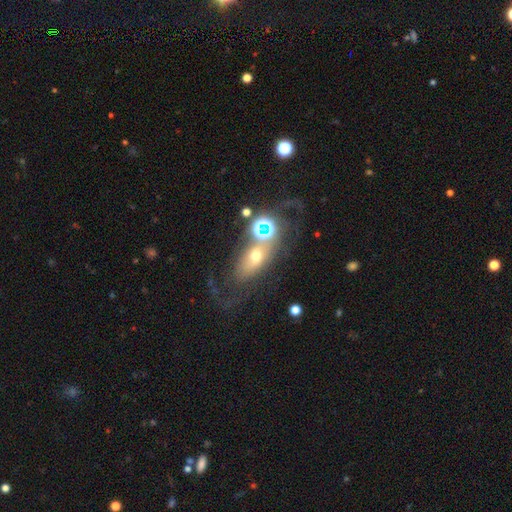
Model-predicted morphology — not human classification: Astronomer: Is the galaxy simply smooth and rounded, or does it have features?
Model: featured or disk — 39% (runner-up: smooth, 37%).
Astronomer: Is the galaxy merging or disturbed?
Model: none — 38% (runner-up: major disturbance, 27%).